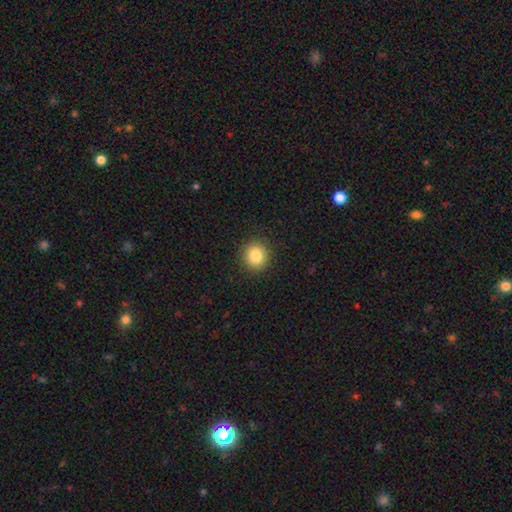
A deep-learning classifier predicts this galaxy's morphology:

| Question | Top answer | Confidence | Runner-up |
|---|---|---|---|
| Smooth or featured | smooth | 84% | star or artifact (10%) |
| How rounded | round | 90% | in between (9%) |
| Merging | none | 91% | minor disturbance (6%) |